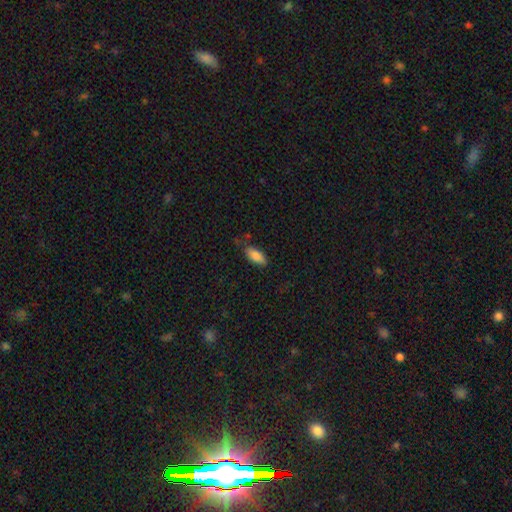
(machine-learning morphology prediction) This appears to be a smooth galaxy with no disk features (84%) that is in between round and cigar-shaped (85%). Merging: none (72%).